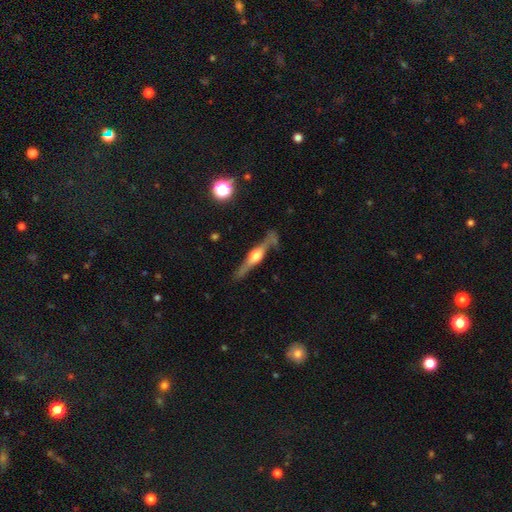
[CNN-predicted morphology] Q: Smooth or featured?
A: featured or disk (79%); runner-up: smooth (15%)
Q: Edge-on disk?
A: yes (97%); runner-up: no (3%)
Q: Edge-on bulge?
A: rounded (91%); runner-up: boxy (7%)
Q: Merging?
A: none (80%); runner-up: minor disturbance (13%)